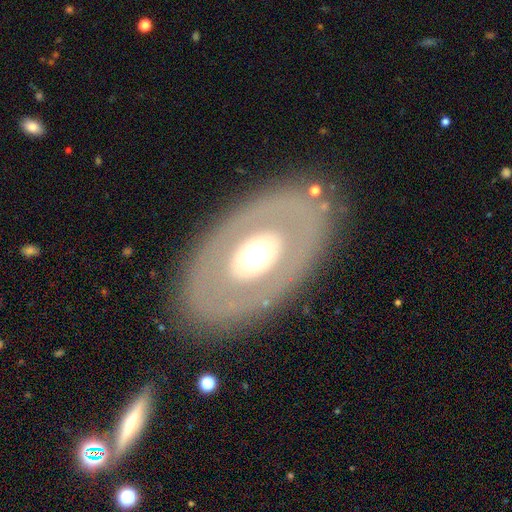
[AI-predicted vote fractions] A featured or disk galaxy (54%). Merging: none (83%).